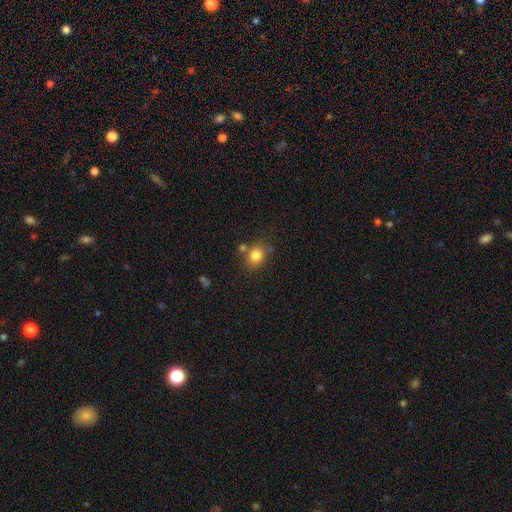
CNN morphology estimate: Smooth or featured?
  - smooth: 82% *
  - star or artifact: 11%
  - featured or disk: 7%
How rounded?
  - round: 60% *
  - in between: 39%
  - cigar-shaped: 1%
Merging?
  - none: 68% *
  - minor disturbance: 14%
  - merger: 13%
  - major disturbance: 5%